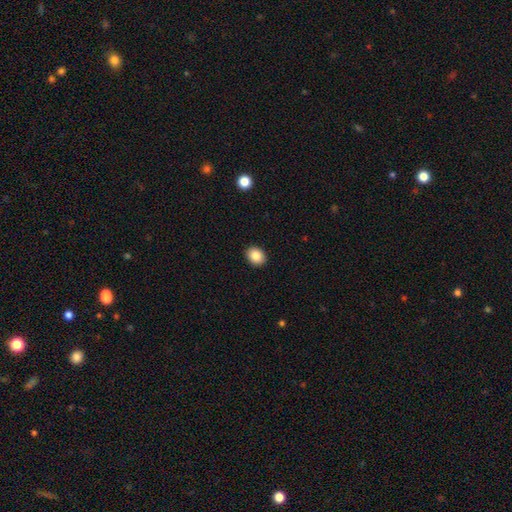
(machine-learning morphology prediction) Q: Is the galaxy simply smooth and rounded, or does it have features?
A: smooth — 87%.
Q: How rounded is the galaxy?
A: in between — 52%.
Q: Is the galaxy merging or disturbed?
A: none — 91%.